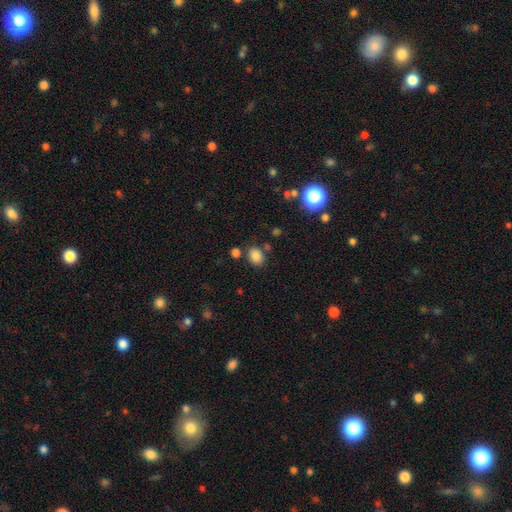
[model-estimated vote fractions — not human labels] This is clearly a smooth galaxy (83%). How rounded: possibly in between (53%). Merging: likely none (74%).